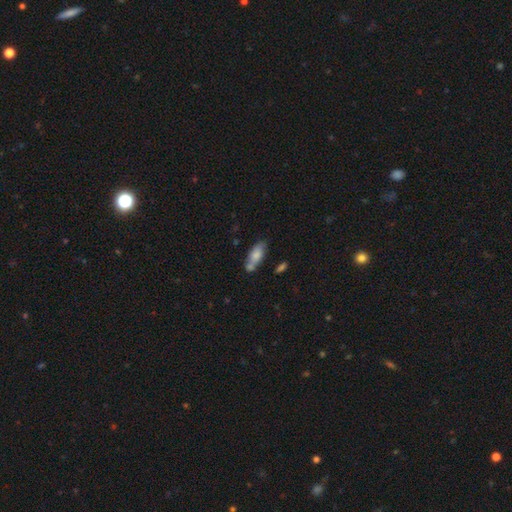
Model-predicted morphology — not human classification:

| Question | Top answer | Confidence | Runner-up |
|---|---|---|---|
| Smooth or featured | smooth | 76% | featured or disk (17%) |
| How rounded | in between | 72% | cigar-shaped (25%) |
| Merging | none | 54% | merger (22%) |